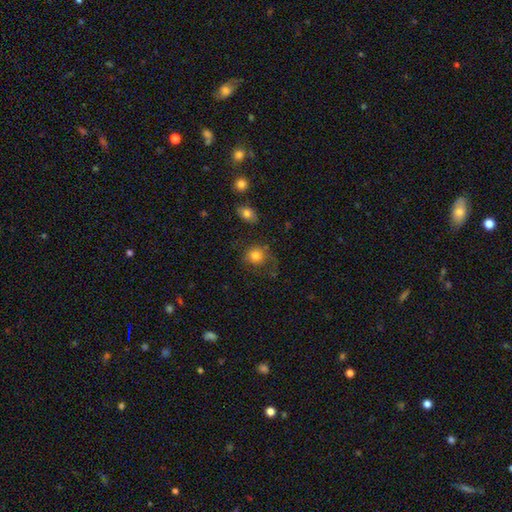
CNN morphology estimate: Smooth or featured?
  - smooth: 78% *
  - featured or disk: 12%
  - star or artifact: 10%
How rounded?
  - round: 80% *
  - in between: 19%
  - cigar-shaped: 1%
Merging?
  - none: 53% *
  - minor disturbance: 23%
  - major disturbance: 19%
  - merger: 4%